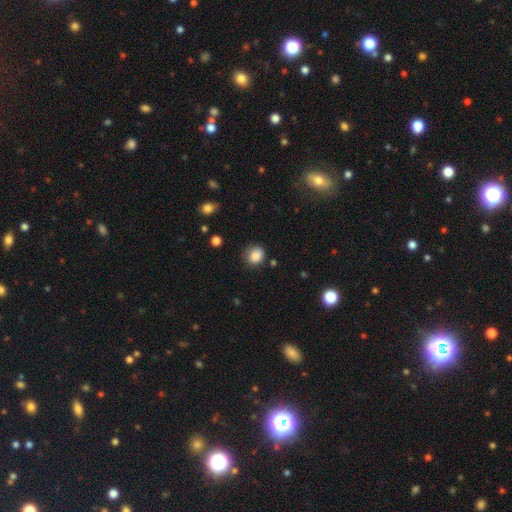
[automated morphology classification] Smooth or featured? smooth (86%)
How rounded? round (73%)
Merging? none (76%)